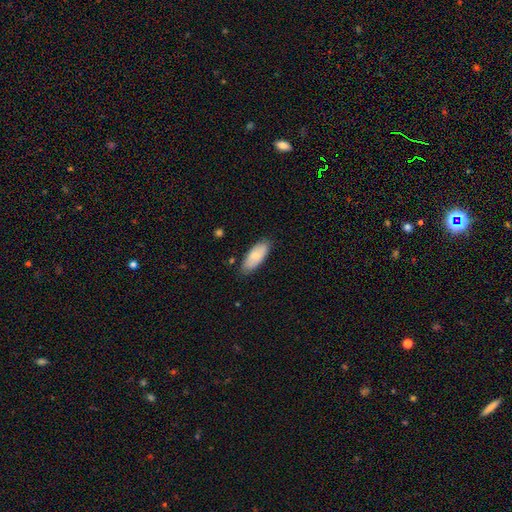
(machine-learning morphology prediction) A smooth galaxy with no disk features (77%) that is in between round and cigar-shaped (83%).

Vote fractions:
- Smooth or featured? smooth: 77% / featured or disk: 17% / star or artifact: 6%
- How rounded? in between: 83% / cigar-shaped: 15% / round: 2%
- Merging? none: 81% / minor disturbance: 15% / major disturbance: 2% / merger: 1%